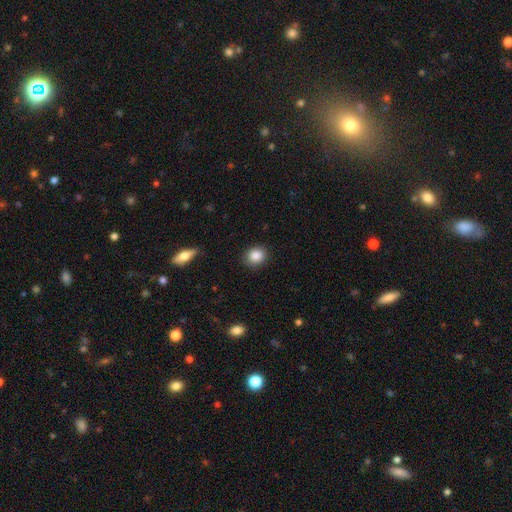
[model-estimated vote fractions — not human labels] smooth-or-featured: smooth: 87% | star or artifact: 9% | featured or disk: 4%
  how-rounded: round: 65% | in between: 34% | cigar-shaped: 1%
  merging: none: 83% | minor disturbance: 12% | major disturbance: 3% | merger: 1%